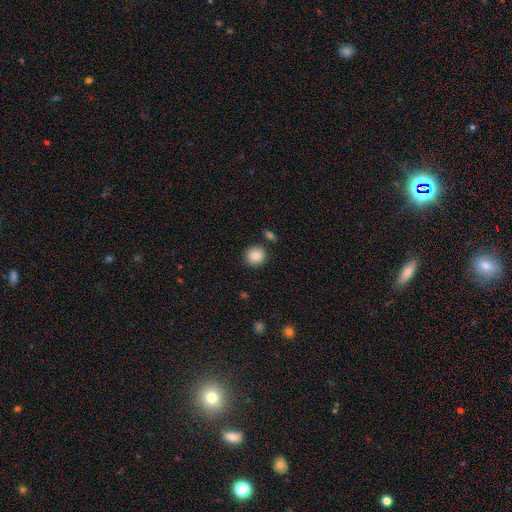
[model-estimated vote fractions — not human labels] A smooth galaxy with no disk features (87%) that is round (87%).

Vote fractions:
- Smooth or featured? smooth: 87% / star or artifact: 8% / featured or disk: 5%
- How rounded? round: 87% / in between: 12% / cigar-shaped: 1%
- Merging? none: 86% / minor disturbance: 8% / merger: 4% / major disturbance: 2%